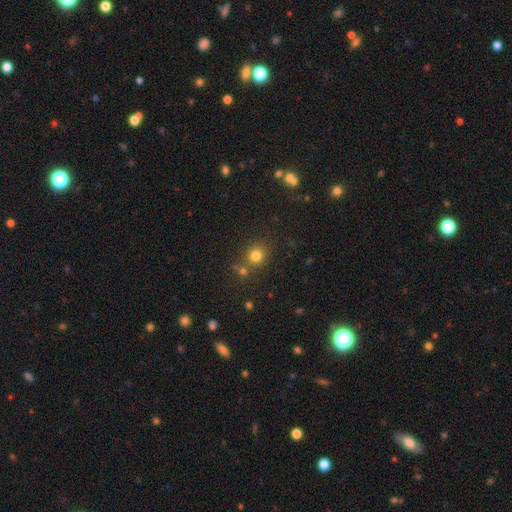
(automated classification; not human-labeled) smooth 77%, star or artifact 16%, featured or disk 7%. Down the decision tree: how rounded — round (83%); merging — none (70%).